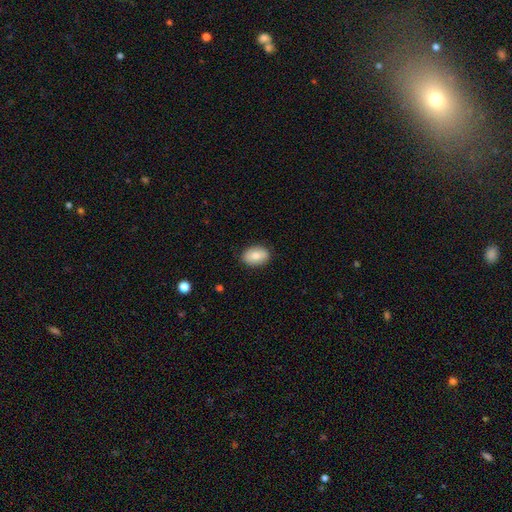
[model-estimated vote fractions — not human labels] Smooth or featured?
  - smooth: 80% *
  - featured or disk: 13%
  - star or artifact: 7%
How rounded?
  - in between: 84% *
  - round: 14%
  - cigar-shaped: 1%
Merging?
  - none: 87% *
  - minor disturbance: 10%
  - major disturbance: 2%
  - merger: 1%